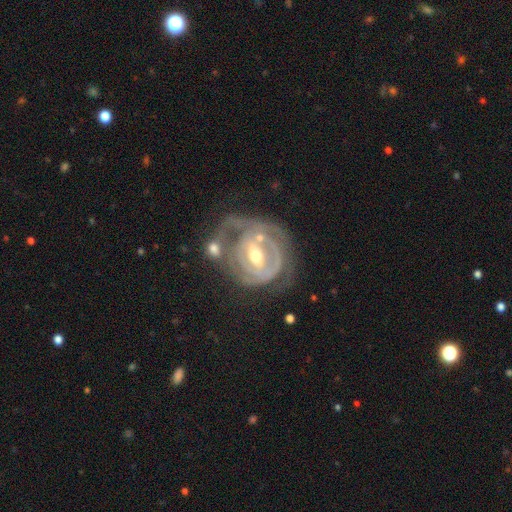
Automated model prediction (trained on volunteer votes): Morphology: type=featured or disk (82%); edge-on=no (96%); bar=weak (42%); spiral arms=yes (75%); winding=tight (66%); arm count=can't tell (38%); bulge=moderate (60%); merging=none (37%).